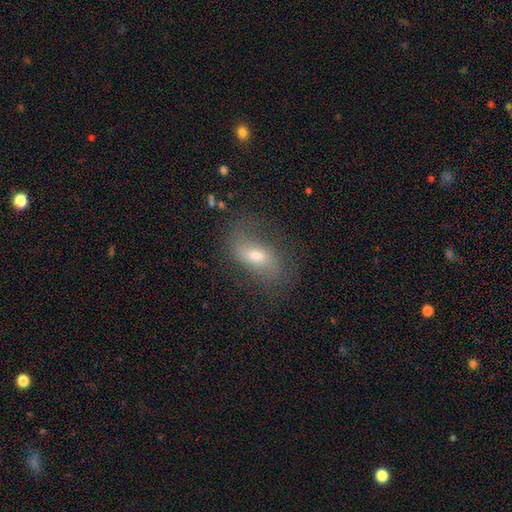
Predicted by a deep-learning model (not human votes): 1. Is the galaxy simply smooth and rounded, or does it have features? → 49% featured or disk, 40% smooth, 11% star or artifact.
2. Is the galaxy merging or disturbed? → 64% none, 21% minor disturbance, 13% major disturbance, 2% merger.